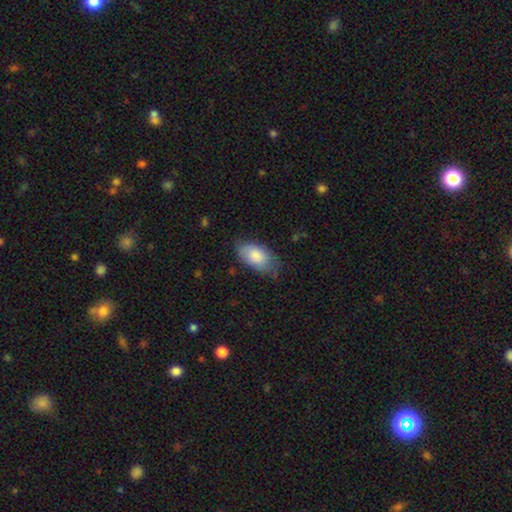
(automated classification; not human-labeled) The model was most divided on "merging": none: 62%, minor disturbance: 30%, major disturbance: 7%, merger: 1%. More confident: how rounded — in between (94%); smooth or featured — smooth (82%).